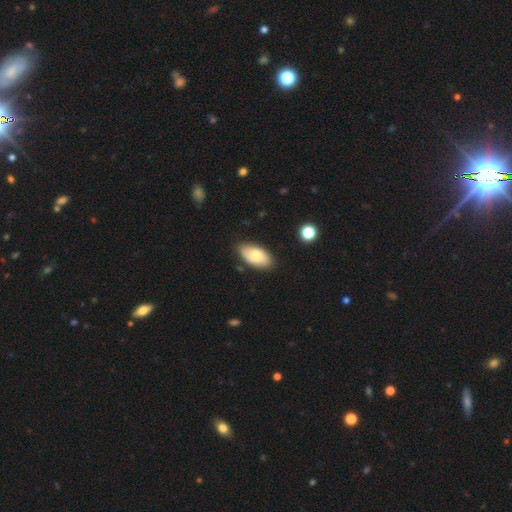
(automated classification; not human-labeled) Morphology: type=smooth (76%); roundness=in between (94%); merging=none (80%).